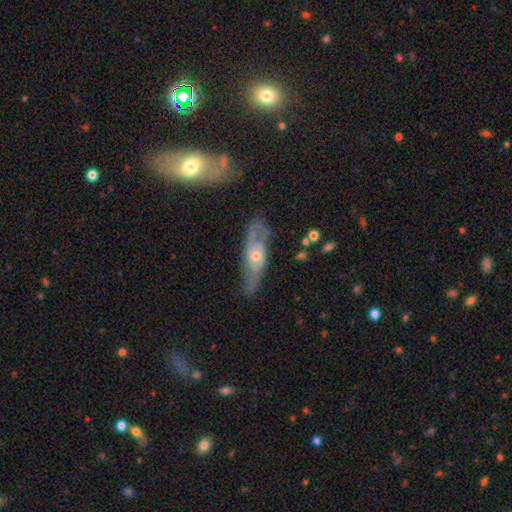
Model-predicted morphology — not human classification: Smooth or featured?
  - featured or disk: 74% *
  - smooth: 19%
  - star or artifact: 7%
Edge-on disk?
  - no: 77% *
  - yes: 23%
Bar?
  - no: 71% *
  - weak: 25%
  - strong: 5%
Spiral arms?
  - yes: 82% *
  - no: 18%
Bulge size?
  - small: 50% *
  - moderate: 45%
  - large: 3%
  - none: 2%
  - dominant: 1%
Merging?
  - none: 68% *
  - minor disturbance: 20%
  - major disturbance: 9%
  - merger: 3%